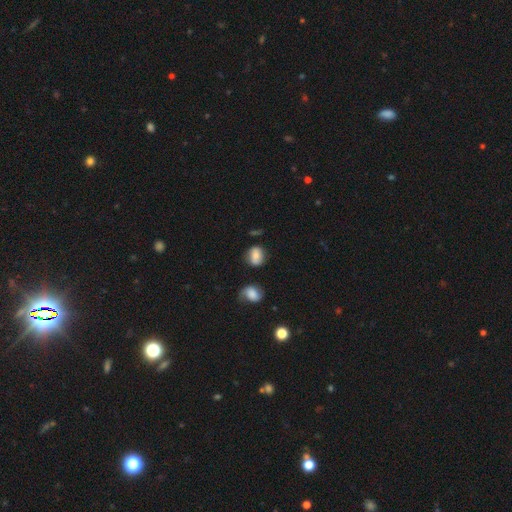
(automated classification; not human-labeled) A smooth galaxy with no disk features (74%) that is round (55%). Merging: none (69%).